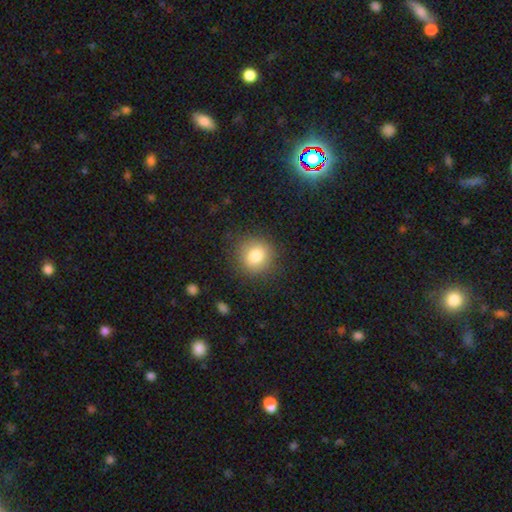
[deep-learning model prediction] smooth_or_featured: smooth (p=0.81) [alt: star or artifact p=0.10]
how_rounded: round (p=0.88) [alt: in between p=0.11]
merging: none (p=0.86) [alt: minor disturbance p=0.10]